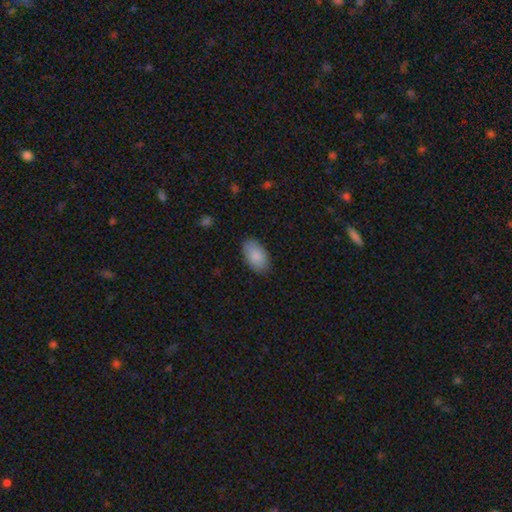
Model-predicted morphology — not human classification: type=smooth (88%); roundness=in between (94%); merging=none (85%).